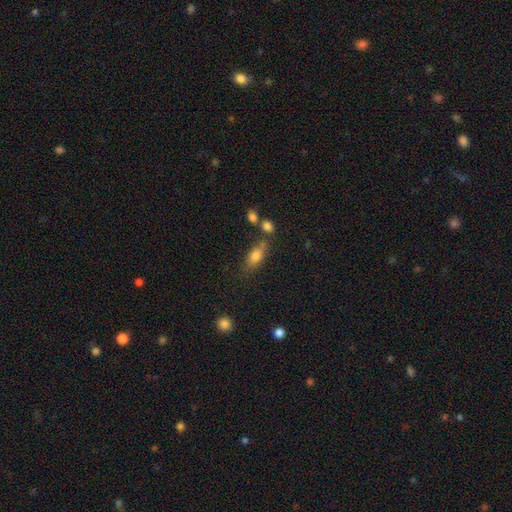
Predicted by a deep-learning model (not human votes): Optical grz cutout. It shows a smooth galaxy with no disk features (79%) that is in between round and cigar-shaped (82%). Merging: none (60%).